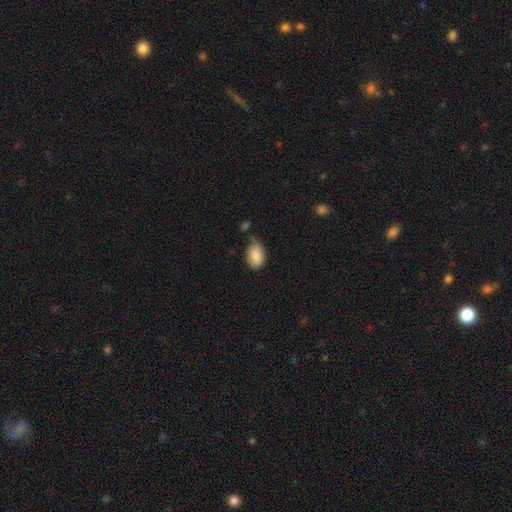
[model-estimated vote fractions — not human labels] smooth_or_featured: smooth (p=0.85) [alt: featured or disk p=0.08]
how_rounded: in between (p=0.85) [alt: round p=0.14]
merging: none (p=0.50) [alt: minor disturbance p=0.36]